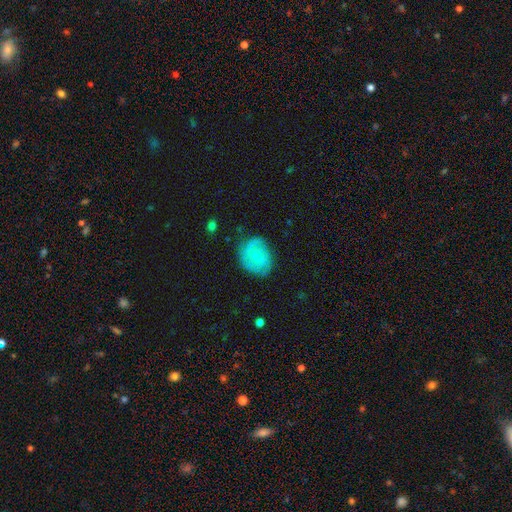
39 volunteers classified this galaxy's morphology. smooth_or_featured: featured or disk (p=0.67) [alt: smooth p=0.26]
disk_edge_on: no (p=1.00)
bar: no (p=0.73) [alt: weak p=0.23]
has_spiral_arms: yes (p=0.85) [alt: no p=0.15]
spiral_winding: tight (p=0.55) [alt: medium p=0.36]
spiral_arm_count: 2 (p=0.59) [alt: can't tell p=0.27]
bulge_size: small (p=0.73) [alt: moderate p=0.23]
merging: none (p=0.67) [alt: minor disturbance p=0.25]